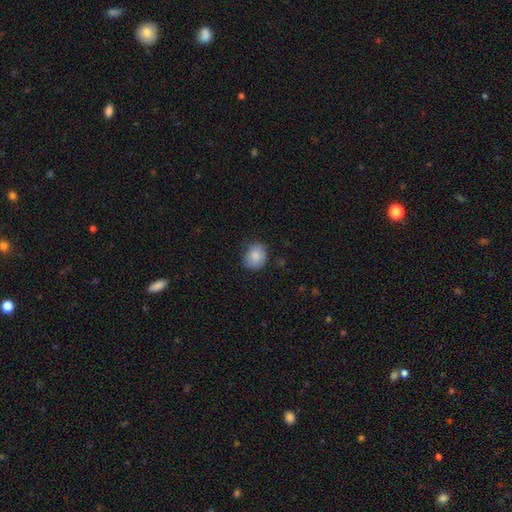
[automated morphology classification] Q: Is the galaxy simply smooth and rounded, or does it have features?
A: smooth — 84%.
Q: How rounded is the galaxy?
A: round — 62%.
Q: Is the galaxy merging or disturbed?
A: none — 73%.